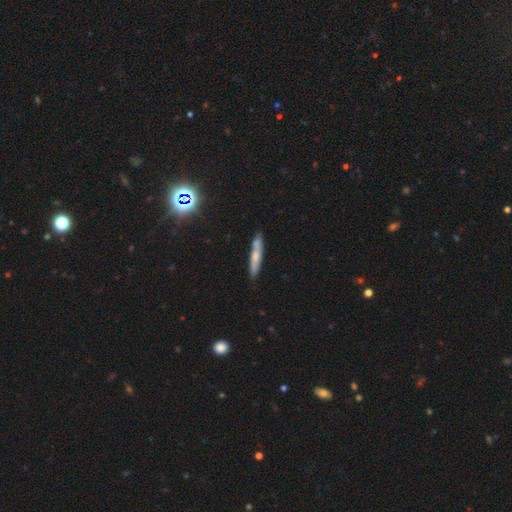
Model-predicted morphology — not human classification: Smooth or featured?
  - smooth: 56% *
  - featured or disk: 35%
  - star or artifact: 9%
How rounded?
  - cigar-shaped: 91% *
  - in between: 7%
  - round: 2%
Merging?
  - none: 78% *
  - minor disturbance: 14%
  - merger: 6%
  - major disturbance: 3%